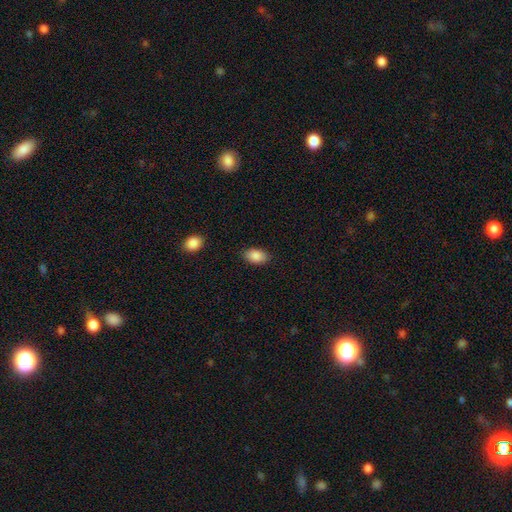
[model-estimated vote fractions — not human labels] Q: Smooth or featured?
A: smooth (88%); runner-up: star or artifact (7%)
Q: How rounded?
A: in between (91%); runner-up: round (7%)
Q: Merging?
A: none (86%); runner-up: minor disturbance (11%)